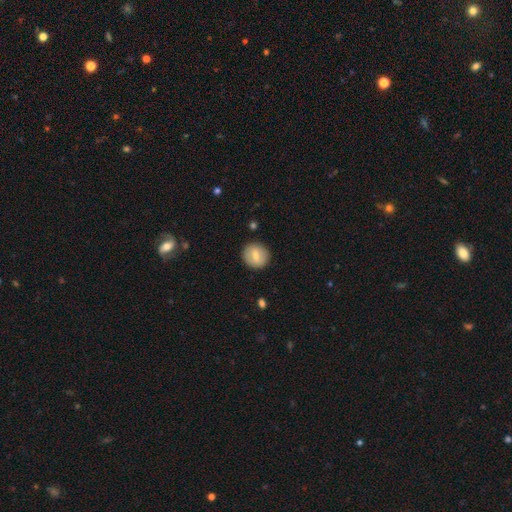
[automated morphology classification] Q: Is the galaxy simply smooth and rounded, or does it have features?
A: smooth — 69%.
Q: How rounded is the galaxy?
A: round — 84%.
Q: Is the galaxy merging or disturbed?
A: none — 88%.